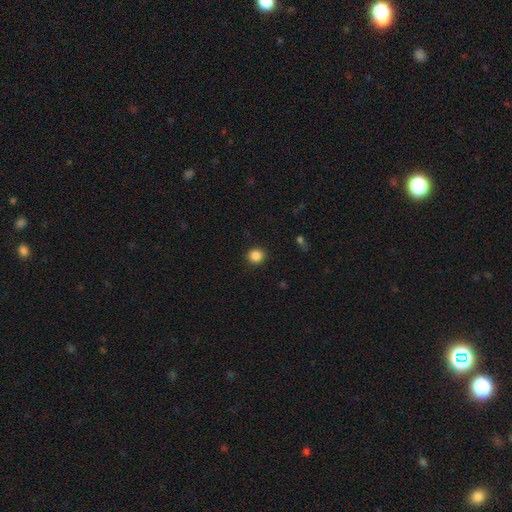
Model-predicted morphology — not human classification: Smooth or featured? Predicted: smooth (p=0.86). How rounded? Predicted: round (p=0.91). Merging? Predicted: none (p=0.91).